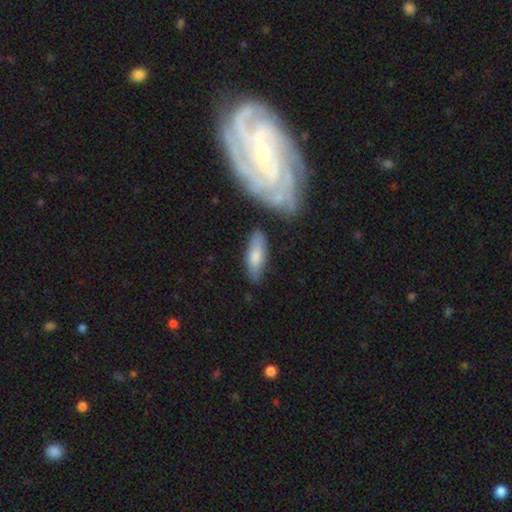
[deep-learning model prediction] Smooth or featured? smooth (70%)
How rounded? in between (64%)
Merging? none (70%)